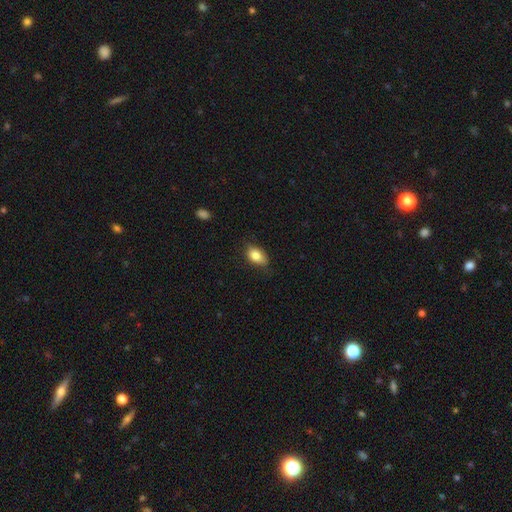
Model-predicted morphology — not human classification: Overall: smooth (83%). How rounded: in between (87%). Merging: none (75%).